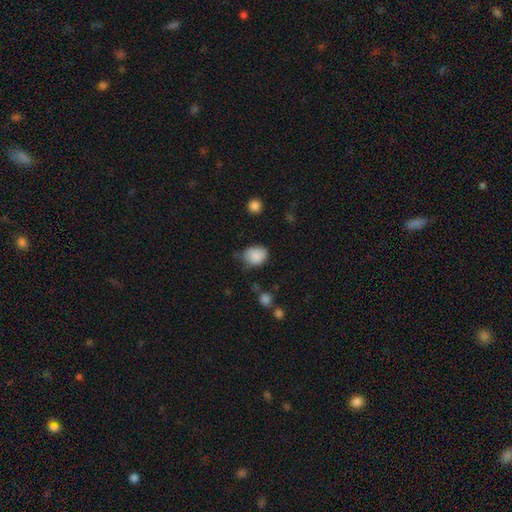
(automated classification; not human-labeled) A smooth galaxy with no disk features (87%) that is round (52%).

Vote fractions:
- Smooth or featured? smooth: 87% / star or artifact: 8% / featured or disk: 5%
- How rounded? round: 52% / in between: 47% / cigar-shaped: 1%
- Merging? none: 62% / minor disturbance: 29% / major disturbance: 7% / merger: 3%